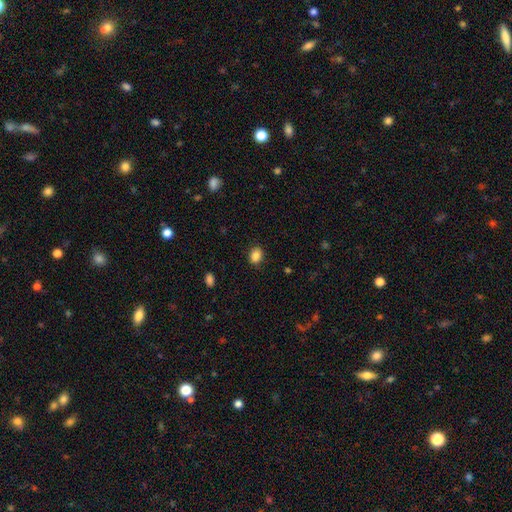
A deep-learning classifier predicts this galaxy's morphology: smooth 86%, star or artifact 9%, featured or disk 5%. Down the decision tree: how rounded — in between (60%); merging — none (86%).